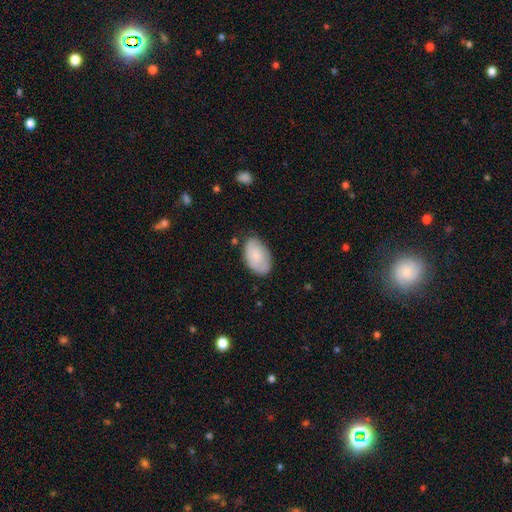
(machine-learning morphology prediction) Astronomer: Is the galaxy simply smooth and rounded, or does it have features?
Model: smooth — 73%.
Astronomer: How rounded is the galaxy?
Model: in between — 94%.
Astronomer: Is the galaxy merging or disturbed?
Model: none — 71%.